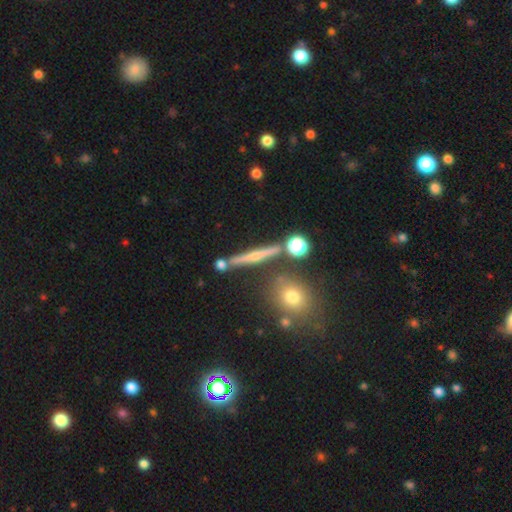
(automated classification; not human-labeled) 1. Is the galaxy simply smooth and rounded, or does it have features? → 57% featured or disk, 29% smooth, 14% star or artifact.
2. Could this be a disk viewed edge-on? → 92% yes, 8% no.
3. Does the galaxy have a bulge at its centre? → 64% rounded, 28% none, 9% boxy.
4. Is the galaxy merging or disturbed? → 80% none, 9% minor disturbance, 8% merger, 3% major disturbance.